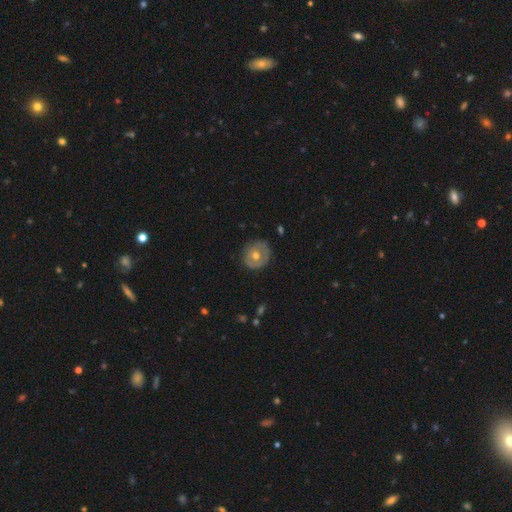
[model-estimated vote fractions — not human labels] Q: Smooth or featured?
A: featured or disk (47%); runner-up: smooth (46%)
Q: Merging?
A: none (81%); runner-up: minor disturbance (14%)